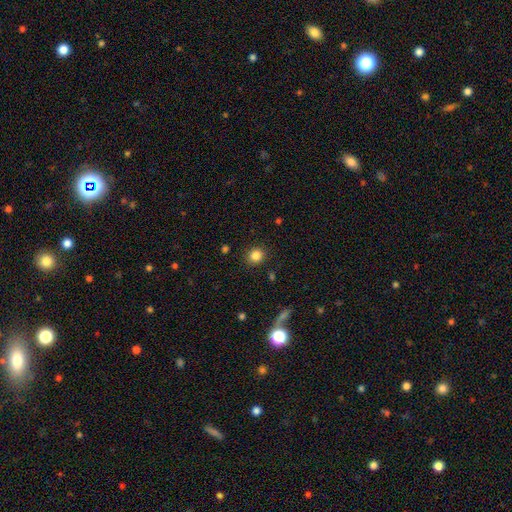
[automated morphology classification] smooth 84%, star or artifact 11%, featured or disk 5%. Down the decision tree: how rounded — round (85%); merging — none (90%).